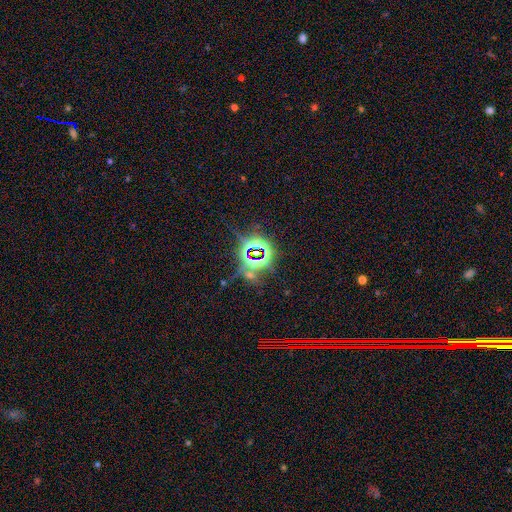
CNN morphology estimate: Smooth or featured? star or artifact (81%)